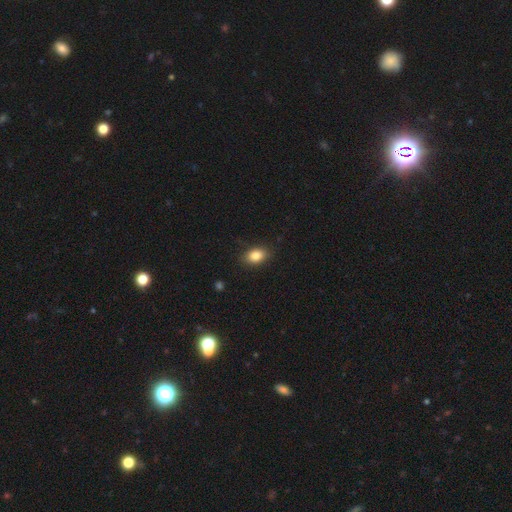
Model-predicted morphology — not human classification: Smooth or featured?
  - smooth: 85% *
  - star or artifact: 9%
  - featured or disk: 7%
How rounded?
  - in between: 79% *
  - round: 19%
  - cigar-shaped: 2%
Merging?
  - none: 85% *
  - minor disturbance: 11%
  - major disturbance: 3%
  - merger: 1%